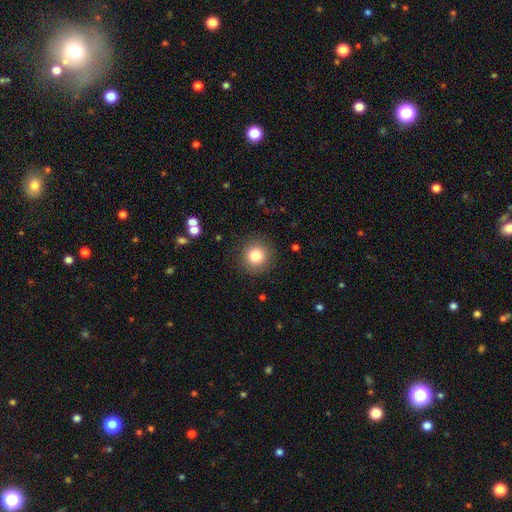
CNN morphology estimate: smooth_or_featured: smooth (p=0.81) [alt: star or artifact p=0.11]
how_rounded: round (p=0.95) [alt: in between p=0.04]
merging: none (p=0.90) [alt: minor disturbance p=0.06]